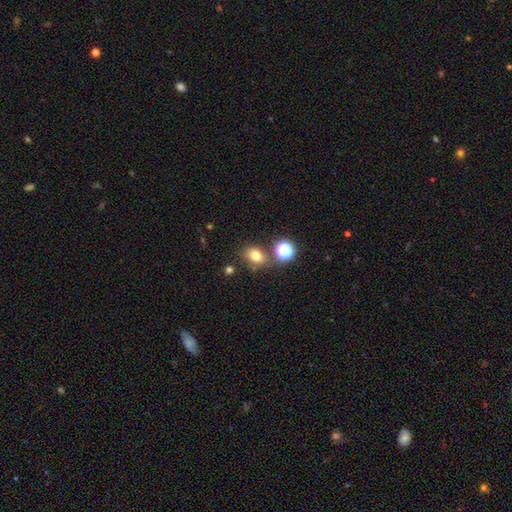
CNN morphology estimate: smooth_or_featured: smooth (p=0.75) [alt: star or artifact p=0.17]
how_rounded: in between (p=0.59) [alt: round p=0.40]
merging: none (p=0.72) [alt: minor disturbance p=0.13]